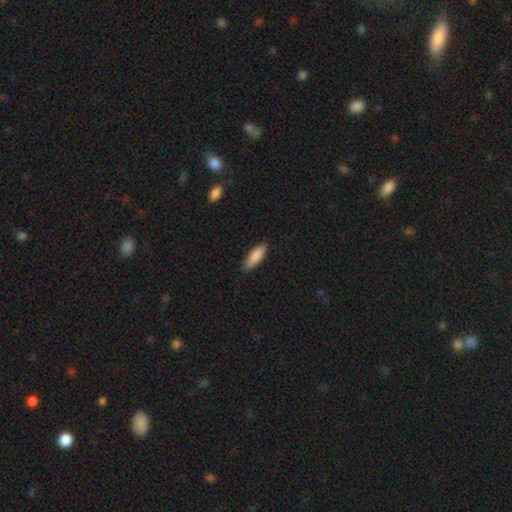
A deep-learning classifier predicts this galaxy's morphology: A smooth galaxy with no disk features (87%) that is in between round and cigar-shaped (66%). Merging: none (81%).